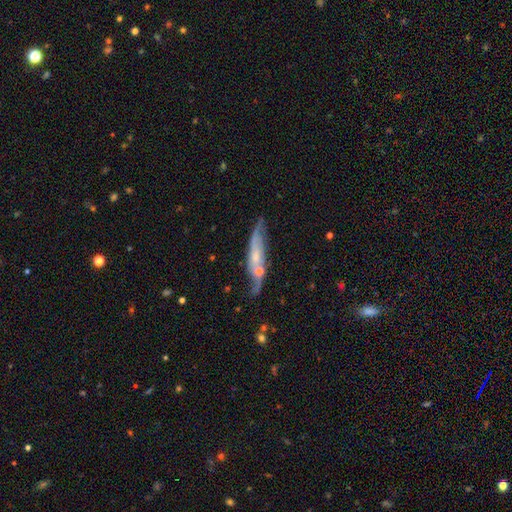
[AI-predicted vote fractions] smooth_or_featured: featured or disk (p=0.63) [alt: smooth p=0.30]
disk_edge_on: no (p=0.54) [alt: yes p=0.46]
merging: none (p=0.55) [alt: minor disturbance p=0.23]